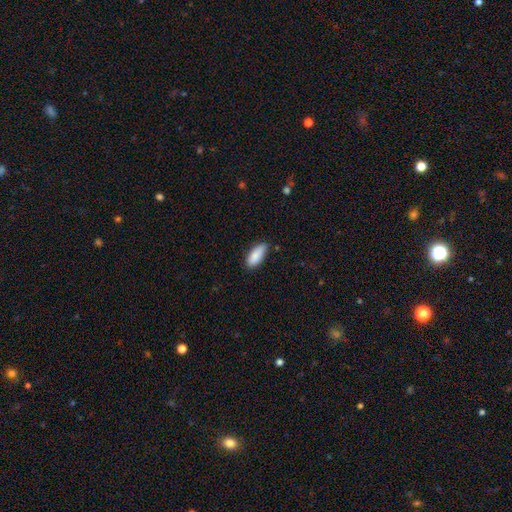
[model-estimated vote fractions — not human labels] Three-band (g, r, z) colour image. It shows a smooth galaxy with no disk features (87%) that is in between round and cigar-shaped (84%). Merging: none (73%).